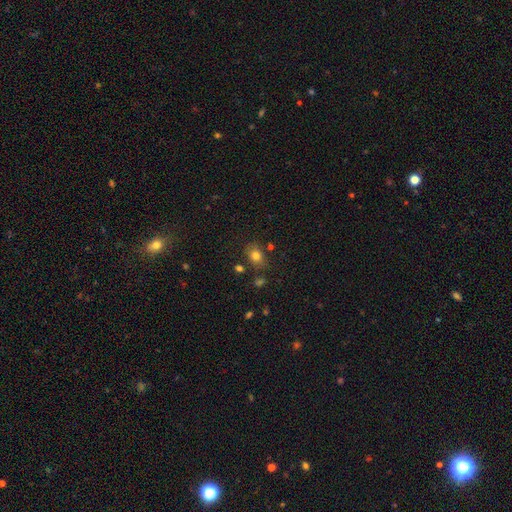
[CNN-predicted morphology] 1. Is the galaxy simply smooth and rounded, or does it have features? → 78% smooth, 12% star or artifact, 10% featured or disk.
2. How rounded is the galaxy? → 57% in between, 42% round, 1% cigar-shaped.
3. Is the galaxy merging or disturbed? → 73% none, 17% minor disturbance, 5% merger, 5% major disturbance.